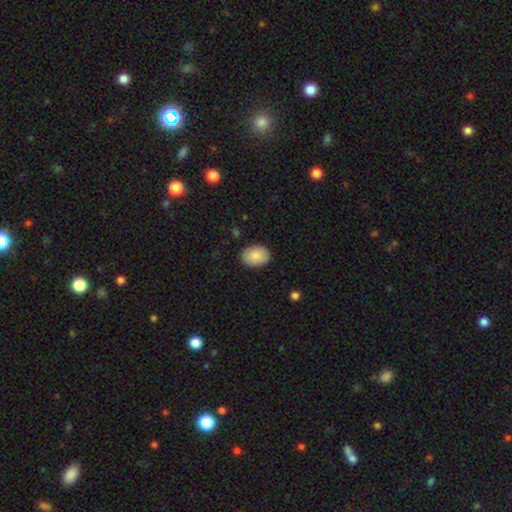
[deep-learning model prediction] Morphology: type=smooth (86%); roundness=in between (77%); merging=none (88%).